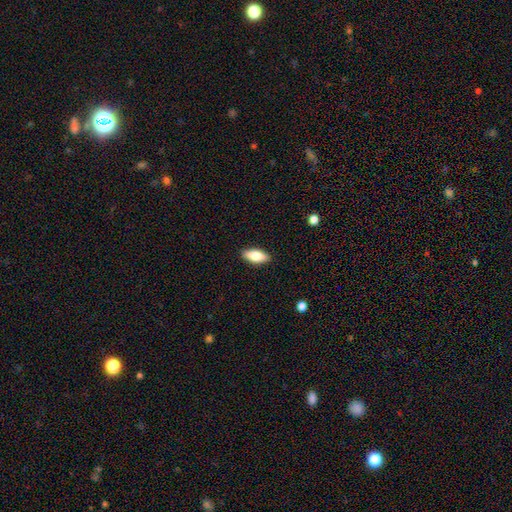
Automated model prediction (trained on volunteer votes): Smooth or featured? Predicted: smooth (p=0.78). How rounded? Predicted: in between (p=0.84). Merging? Predicted: none (p=0.89).